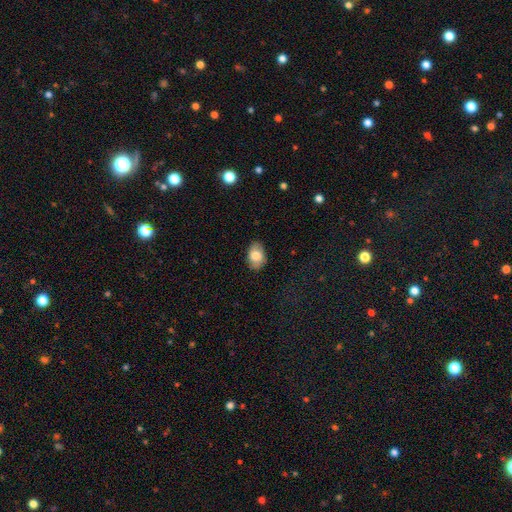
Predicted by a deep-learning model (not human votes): The model was most divided on "smooth or featured": smooth: 81%, featured or disk: 13%, star or artifact: 7%. More confident: how rounded — in between (88%); merging — none (83%).